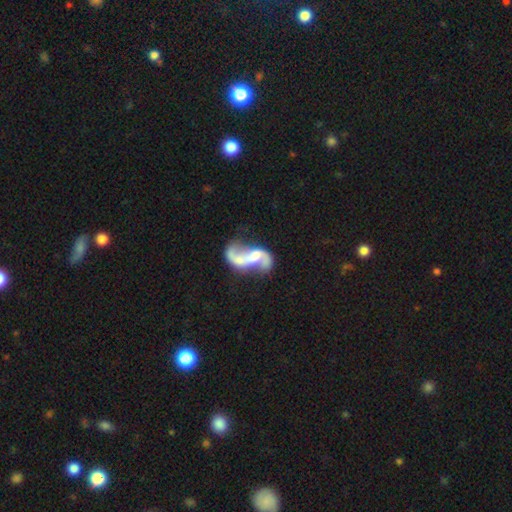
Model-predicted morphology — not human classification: type=featured or disk (87%); edge-on=no (97%); bar=weak (41%); spiral arms=yes (93%); winding=loose (77%); arm count=2 (91%); bulge=small (35%); merging=none (52%).